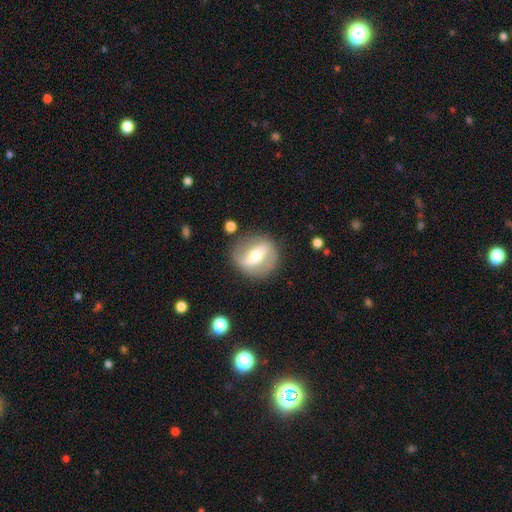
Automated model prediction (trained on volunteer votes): This is likely a featured or disk galaxy (65%). It is clearly not viewed edge-on (90%). Bar: possibly strong (57%). Spiral arm pattern: possibly no (50%, tied with yes). Central bulge: likely moderate (65%). Merging: clearly none (82%).